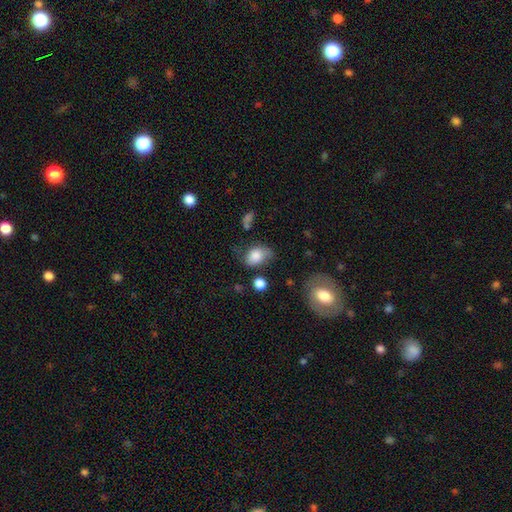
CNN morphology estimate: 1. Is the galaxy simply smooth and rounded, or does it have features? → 77% smooth, 14% featured or disk, 9% star or artifact.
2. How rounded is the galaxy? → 73% in between, 25% round, 1% cigar-shaped.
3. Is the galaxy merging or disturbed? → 49% none, 32% minor disturbance, 14% major disturbance, 6% merger.